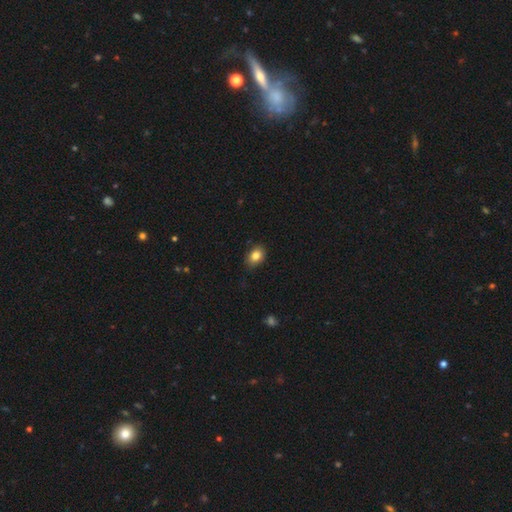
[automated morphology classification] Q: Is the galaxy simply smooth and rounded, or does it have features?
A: smooth — 84%.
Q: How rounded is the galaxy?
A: in between — 70%.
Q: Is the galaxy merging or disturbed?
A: none — 83%.